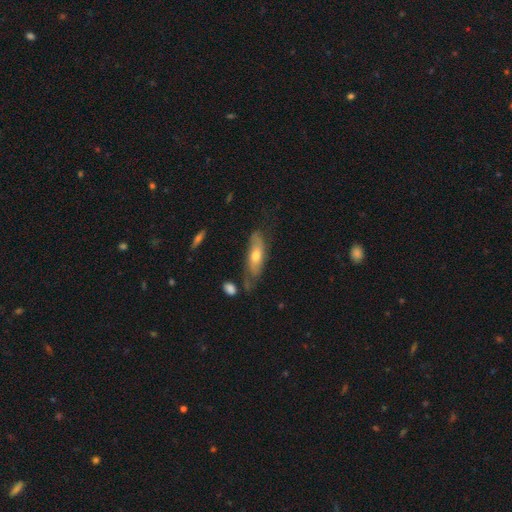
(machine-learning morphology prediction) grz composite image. It shows a smooth galaxy with no disk features (50%). Merging: none (58%).